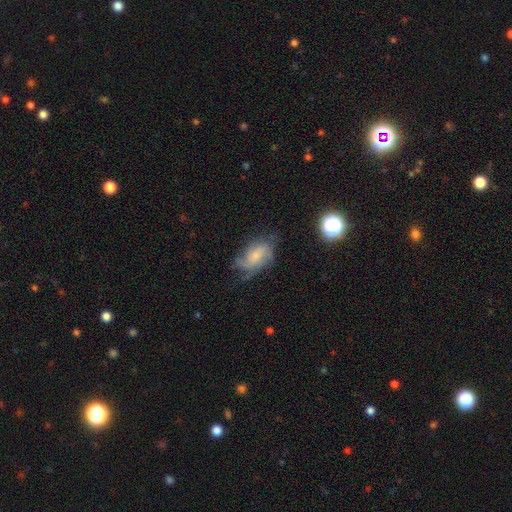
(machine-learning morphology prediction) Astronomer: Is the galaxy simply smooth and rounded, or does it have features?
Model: featured or disk — 61%.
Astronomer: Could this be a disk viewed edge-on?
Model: no — 96%.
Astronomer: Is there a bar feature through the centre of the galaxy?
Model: no — 64%.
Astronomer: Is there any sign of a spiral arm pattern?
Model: yes — 86%.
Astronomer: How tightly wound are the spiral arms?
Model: medium — 41% (runner-up: loose, 31%).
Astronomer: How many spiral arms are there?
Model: can't tell — 34% (runner-up: 3, 25%).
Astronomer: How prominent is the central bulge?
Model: small — 53%.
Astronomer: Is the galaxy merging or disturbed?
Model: none — 52%.